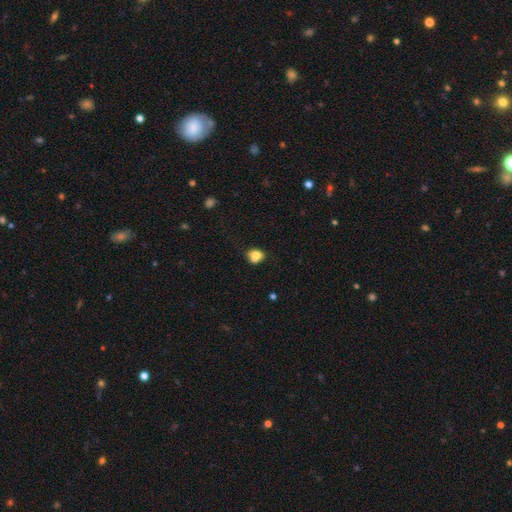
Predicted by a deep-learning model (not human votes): Smooth or featured?
  - smooth: 80% *
  - star or artifact: 10%
  - featured or disk: 9%
How rounded?
  - round: 56% *
  - in between: 43%
  - cigar-shaped: 1%
Merging?
  - none: 54% *
  - minor disturbance: 29%
  - merger: 9%
  - major disturbance: 8%